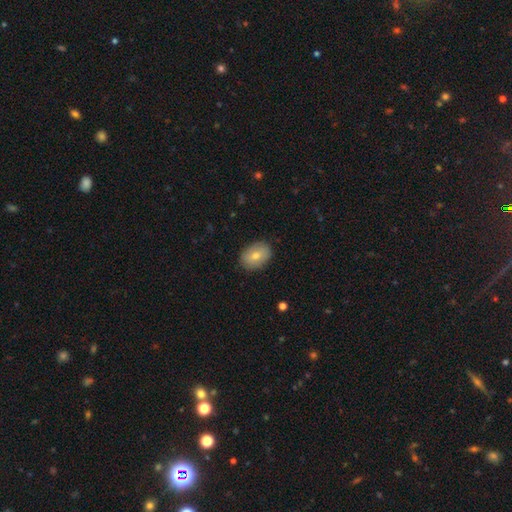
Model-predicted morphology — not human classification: smooth_or_featured: smooth (p=0.74) [alt: featured or disk p=0.19]
how_rounded: in between (p=0.77) [alt: round p=0.22]
merging: none (p=0.86) [alt: minor disturbance p=0.11]